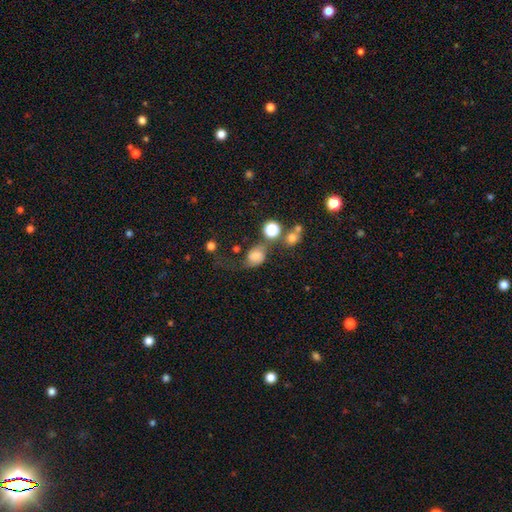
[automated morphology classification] This appears to be a smooth galaxy with no disk features (66%) that is in between round and cigar-shaped (50%). Merging: none (37%).